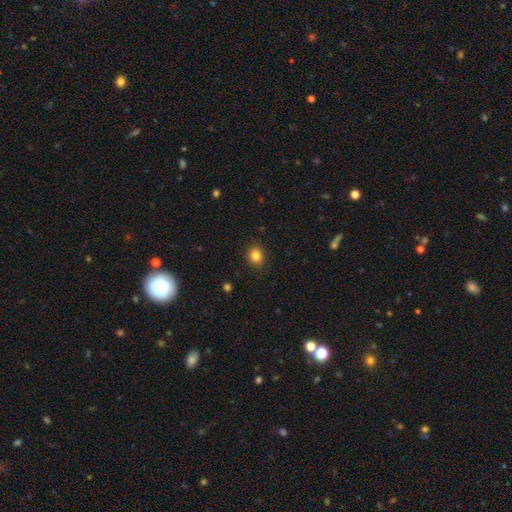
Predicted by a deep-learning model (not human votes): Overall: smooth (84%). How rounded: round (70%). Merging: none (90%).